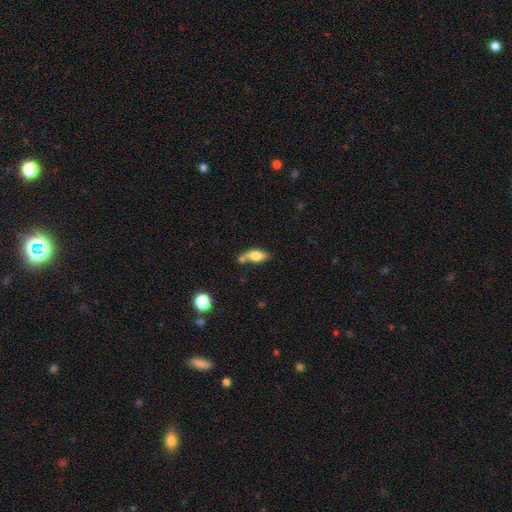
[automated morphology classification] Smooth or featured?
  - smooth: 70% *
  - featured or disk: 23%
  - star or artifact: 8%
How rounded?
  - in between: 79% *
  - cigar-shaped: 16%
  - round: 5%
Merging?
  - none: 47% *
  - merger: 25%
  - minor disturbance: 22%
  - major disturbance: 7%